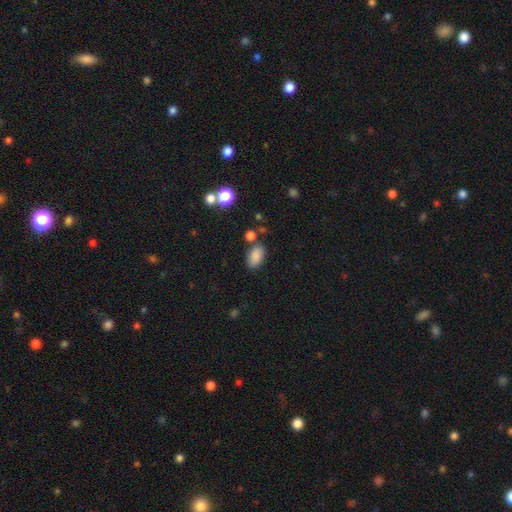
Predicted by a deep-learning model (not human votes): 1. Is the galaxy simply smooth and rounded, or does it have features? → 85% smooth, 9% star or artifact, 6% featured or disk.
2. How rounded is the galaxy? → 91% in between, 7% round, 2% cigar-shaped.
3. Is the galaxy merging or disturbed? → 75% none, 14% minor disturbance, 7% merger, 4% major disturbance.